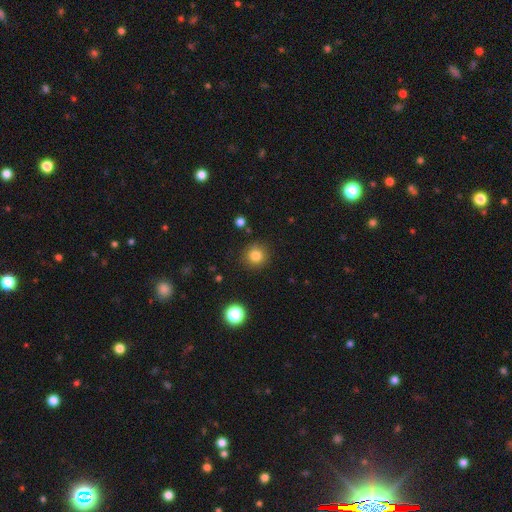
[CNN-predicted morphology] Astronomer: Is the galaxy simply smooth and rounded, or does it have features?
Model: smooth — 82%.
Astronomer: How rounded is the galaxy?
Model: round — 93%.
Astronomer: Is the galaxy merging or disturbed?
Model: none — 89%.